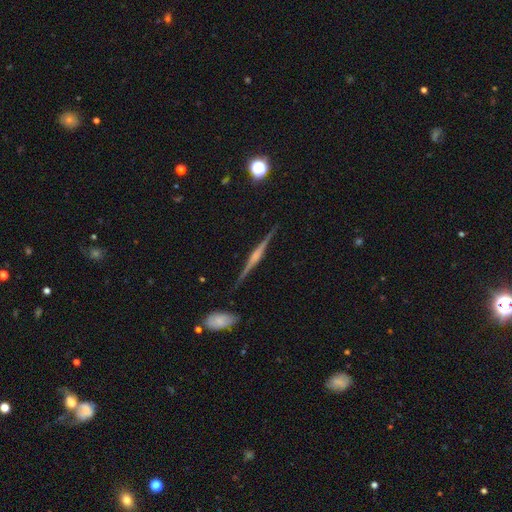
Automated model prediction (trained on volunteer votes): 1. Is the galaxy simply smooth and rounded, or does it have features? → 83% featured or disk, 11% smooth, 6% star or artifact.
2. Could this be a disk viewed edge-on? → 98% yes, 2% no.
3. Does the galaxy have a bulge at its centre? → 63% rounded, 26% boxy, 11% none.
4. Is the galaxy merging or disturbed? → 89% none, 8% minor disturbance, 2% major disturbance, 1% merger.